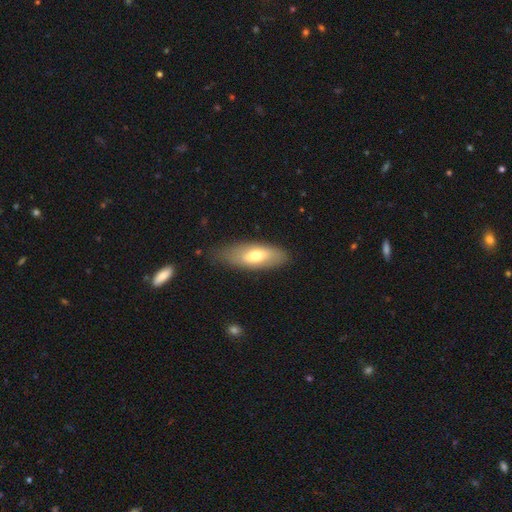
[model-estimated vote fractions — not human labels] Smooth or featured? smooth (64%)
How rounded? in between (78%)
Merging? none (76%)